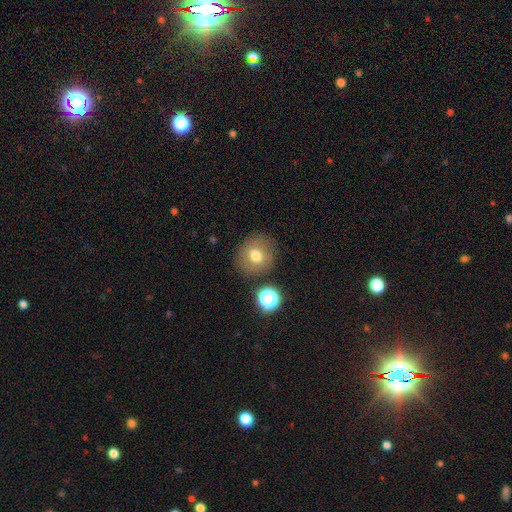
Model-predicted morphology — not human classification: Q: Smooth or featured?
A: smooth (73%); runner-up: featured or disk (15%)
Q: How rounded?
A: round (84%); runner-up: in between (15%)
Q: Merging?
A: none (81%); runner-up: minor disturbance (11%)